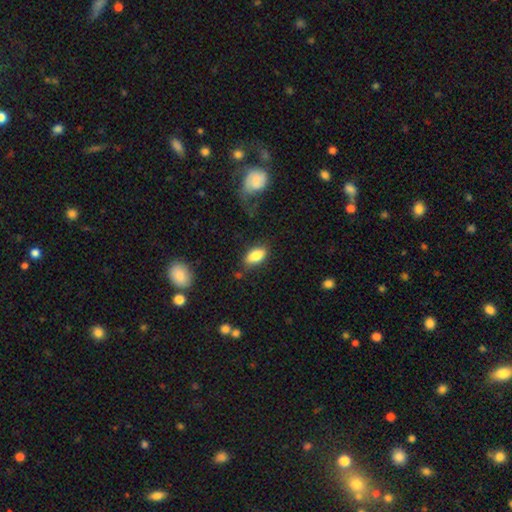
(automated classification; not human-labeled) Overall: smooth (84%). How rounded: in between (90%). Merging: none (78%).